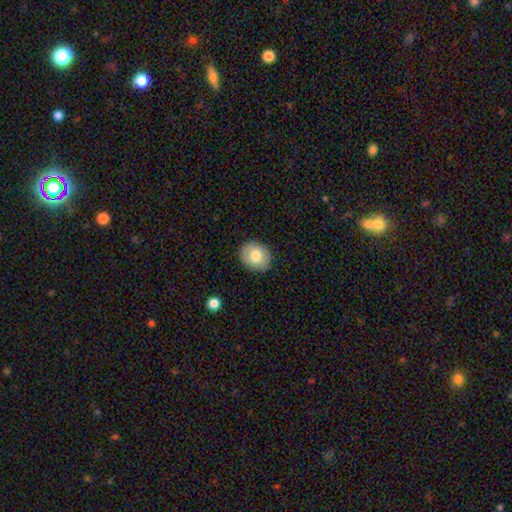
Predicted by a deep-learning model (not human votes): smooth 77%, featured or disk 15%, star or artifact 8%. Down the decision tree: how rounded — round (58%); merging — none (88%).